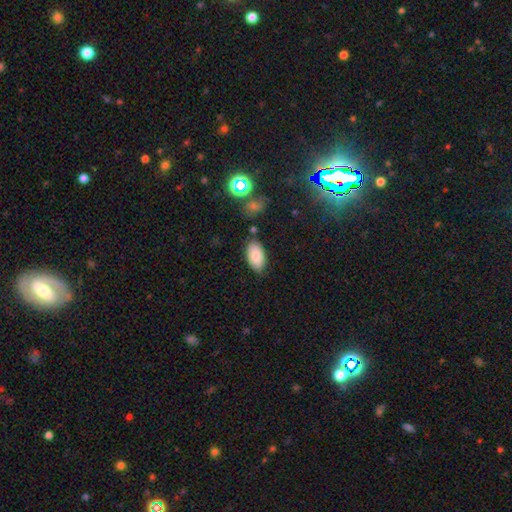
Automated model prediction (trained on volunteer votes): This is clearly a smooth galaxy (84%). How rounded: clearly in between (95%). Merging: likely none (78%).